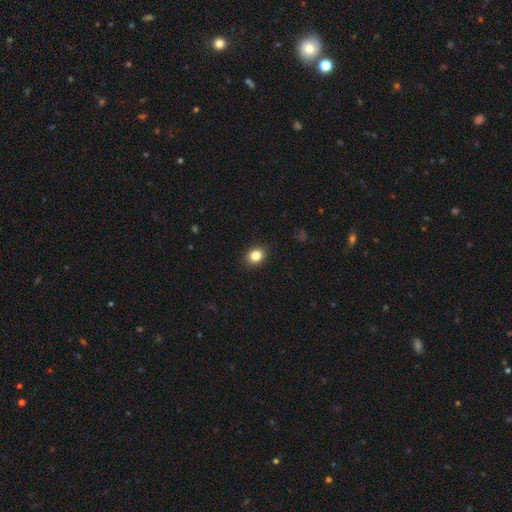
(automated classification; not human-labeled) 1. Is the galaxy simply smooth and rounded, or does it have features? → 84% smooth, 10% star or artifact, 5% featured or disk.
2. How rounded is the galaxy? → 53% round, 46% in between, 1% cigar-shaped.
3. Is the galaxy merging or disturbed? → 90% none, 7% minor disturbance, 2% major disturbance, 1% merger.